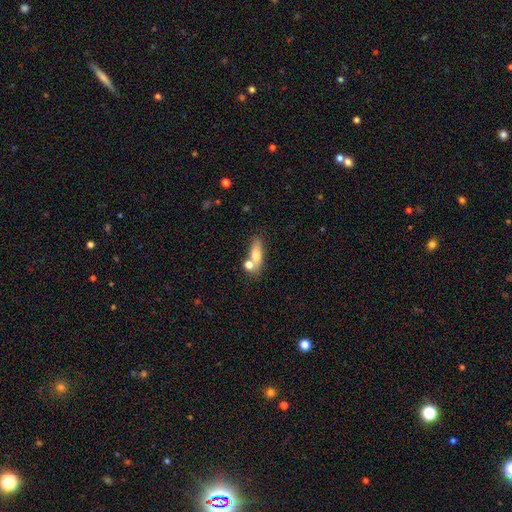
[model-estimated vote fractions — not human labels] Overall: smooth (70%). How rounded: in between (64%; cigar-shaped 26%). Merging: none (49%; merger 32%).